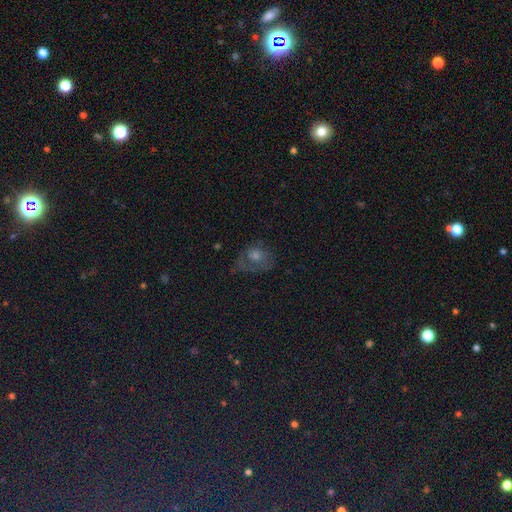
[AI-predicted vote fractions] smooth_or_featured: smooth (p=0.39) [alt: featured or disk p=0.35]
merging: none (p=0.49) [alt: minor disturbance p=0.24]